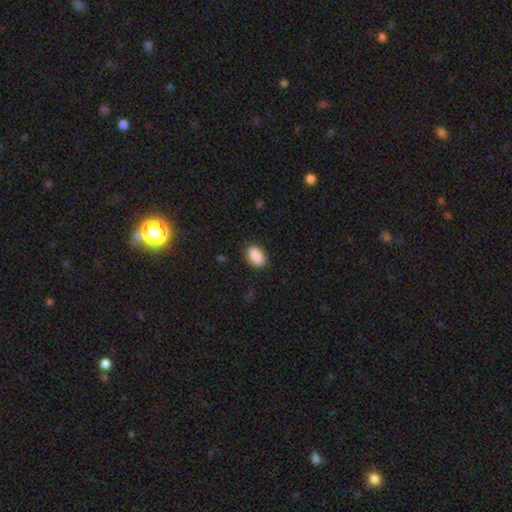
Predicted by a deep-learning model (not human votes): A smooth galaxy with no disk features (90%) that is in between round and cigar-shaped (92%).

Vote fractions:
- Smooth or featured? smooth: 90% / star or artifact: 7% / featured or disk: 3%
- How rounded? in between: 92% / round: 6% / cigar-shaped: 2%
- Merging? none: 86% / minor disturbance: 10% / major disturbance: 2% / merger: 1%